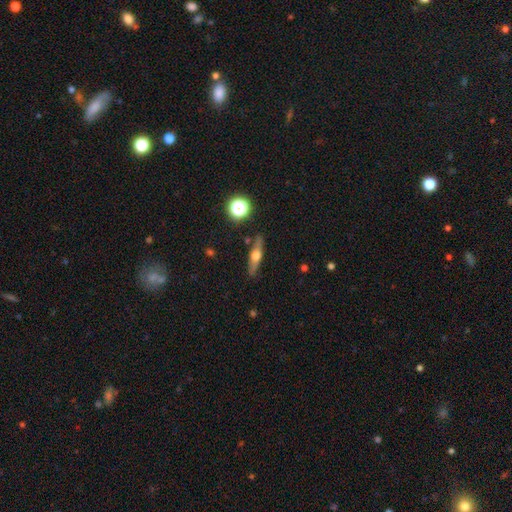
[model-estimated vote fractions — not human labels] A featured or disk galaxy (54%) viewed edge-on (90%).

Vote fractions:
- Smooth or featured? featured or disk: 54% / smooth: 38% / star or artifact: 8%
- Edge-on disk? yes: 90% / no: 10%
- Merging? none: 85% / minor disturbance: 10% / major disturbance: 2% / merger: 2%